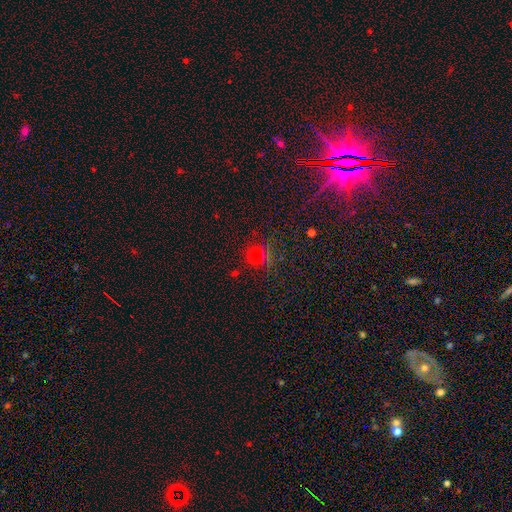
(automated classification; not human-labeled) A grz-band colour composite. It shows a smooth galaxy with no disk features (62%) that is round (90%). Merging: none (75%).